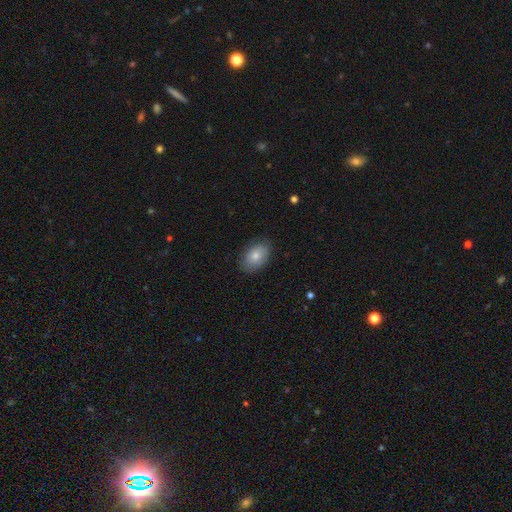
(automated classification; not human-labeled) A smooth galaxy with no disk features (79%) that is in between round and cigar-shaped (88%).

Vote fractions:
- Smooth or featured? smooth: 79% / featured or disk: 14% / star or artifact: 7%
- How rounded? in between: 88% / round: 11% / cigar-shaped: 1%
- Merging? none: 83% / minor disturbance: 14% / major disturbance: 3% / merger: 1%